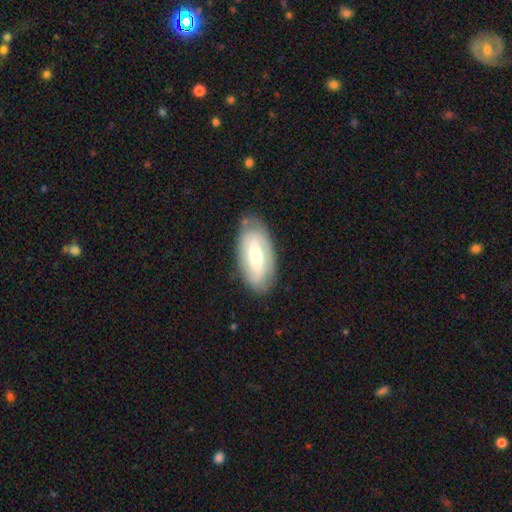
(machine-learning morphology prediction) Smooth or featured? featured or disk (58%)
Edge-on disk? no (87%)
Bar? weak (36%, tied with strong)
Spiral arms? yes (60%)
Bulge size? moderate (62%)
Merging? none (79%)